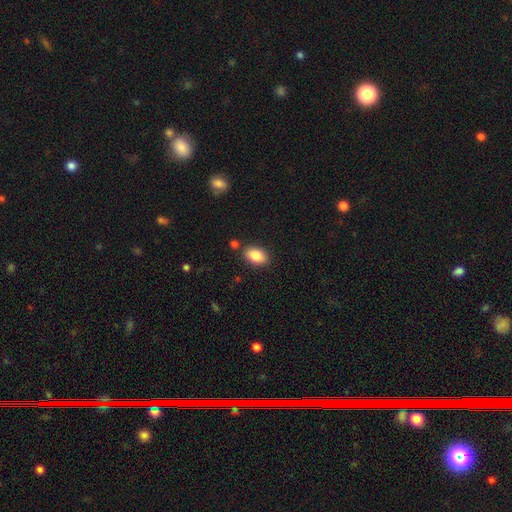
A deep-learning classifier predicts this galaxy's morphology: Smooth or featured?
  - smooth: 85% *
  - featured or disk: 8%
  - star or artifact: 7%
How rounded?
  - in between: 90% *
  - round: 8%
  - cigar-shaped: 2%
Merging?
  - none: 84% *
  - minor disturbance: 9%
  - merger: 5%
  - major disturbance: 2%